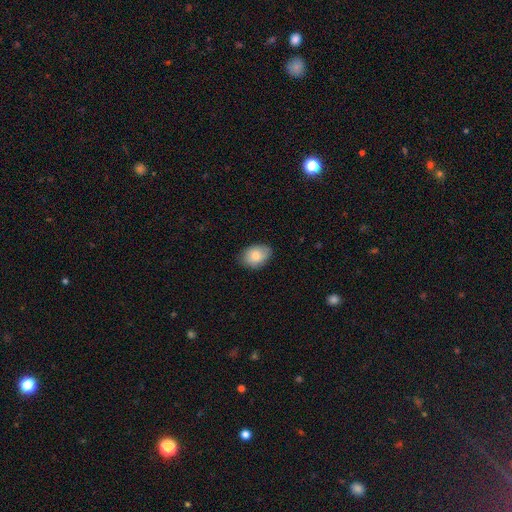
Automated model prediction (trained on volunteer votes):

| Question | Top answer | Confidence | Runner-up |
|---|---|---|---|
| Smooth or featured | smooth | 80% | featured or disk (13%) |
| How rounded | in between | 79% | round (20%) |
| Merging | none | 79% | minor disturbance (17%) |